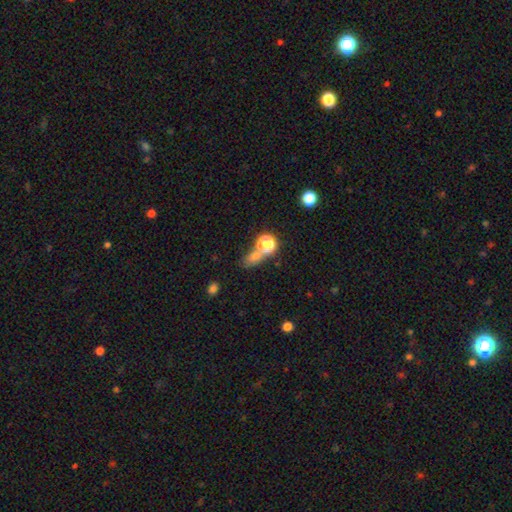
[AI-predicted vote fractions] smooth-or-featured: smooth: 66% | star or artifact: 25% | featured or disk: 9%
  how-rounded: round: 49% | in between: 46% | cigar-shaped: 6%
  merging: none: 52% | merger: 27% | minor disturbance: 13% | major disturbance: 8%